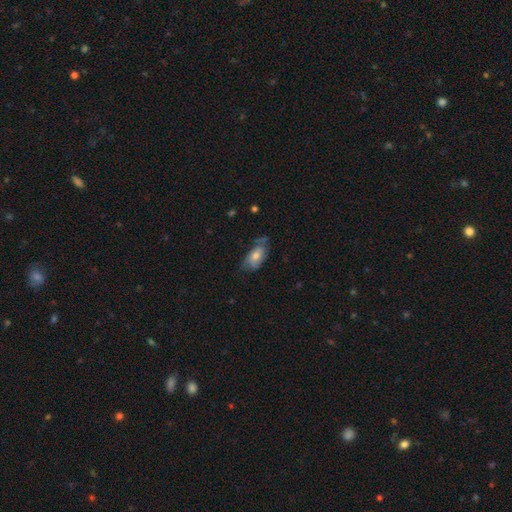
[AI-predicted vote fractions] Q: Smooth or featured?
A: smooth (56%); runner-up: featured or disk (36%)
Q: How rounded?
A: in between (88%); runner-up: cigar-shaped (8%)
Q: Merging?
A: none (55%); runner-up: minor disturbance (31%)